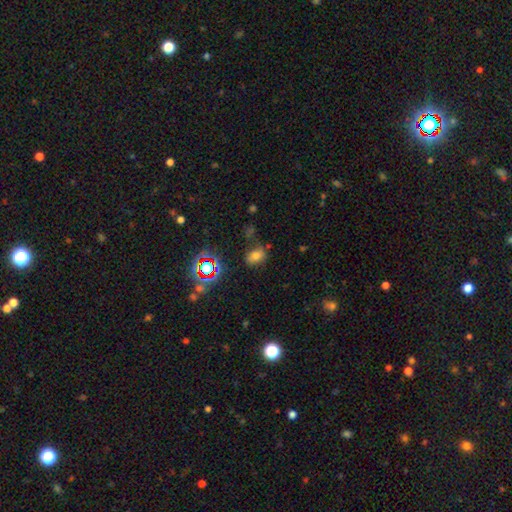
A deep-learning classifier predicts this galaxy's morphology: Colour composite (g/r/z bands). It shows a smooth galaxy with no disk features (65%) that is in between round and cigar-shaped (76%). Merging: none (69%).